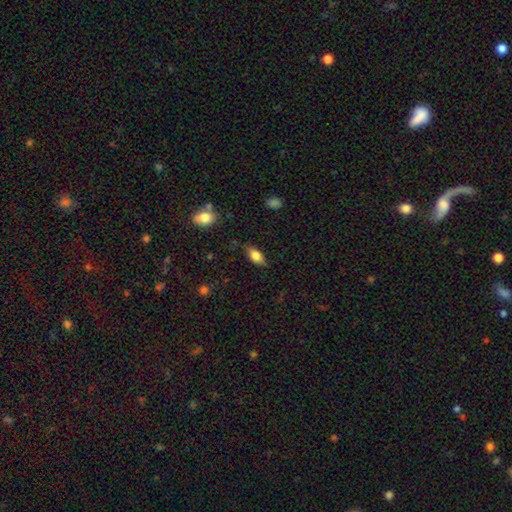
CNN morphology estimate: Smooth or featured? Predicted: smooth (p=0.80). How rounded? Predicted: in between (p=0.89). Merging? Predicted: none (p=0.79).